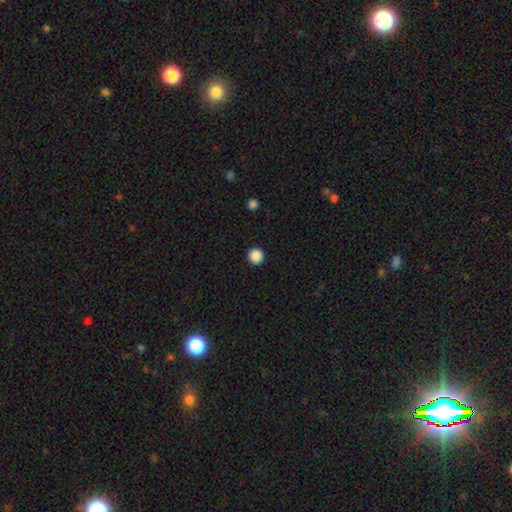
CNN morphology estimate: smooth_or_featured: smooth (p=0.88) [alt: star or artifact p=0.10]
how_rounded: round (p=0.96) [alt: in between p=0.03]
merging: none (p=0.94) [alt: minor disturbance p=0.04]